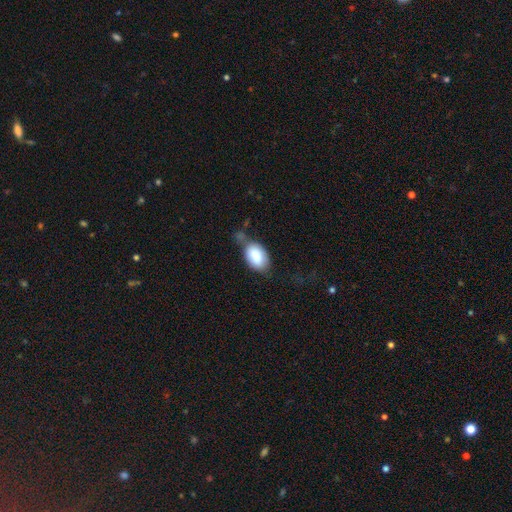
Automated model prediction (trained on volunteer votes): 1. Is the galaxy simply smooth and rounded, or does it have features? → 86% smooth, 8% featured or disk, 6% star or artifact.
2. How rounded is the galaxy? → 90% in between, 9% round, 1% cigar-shaped.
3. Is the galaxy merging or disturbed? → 39% none, 30% minor disturbance, 15% major disturbance, 15% merger.